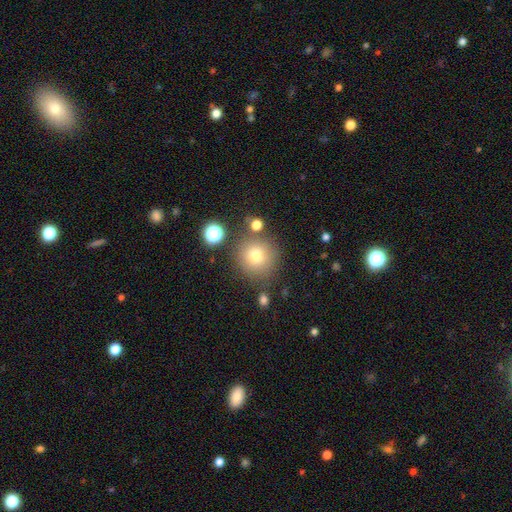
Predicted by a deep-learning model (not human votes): Overall: smooth (76%). How rounded: round (92%). Merging: none (78%).